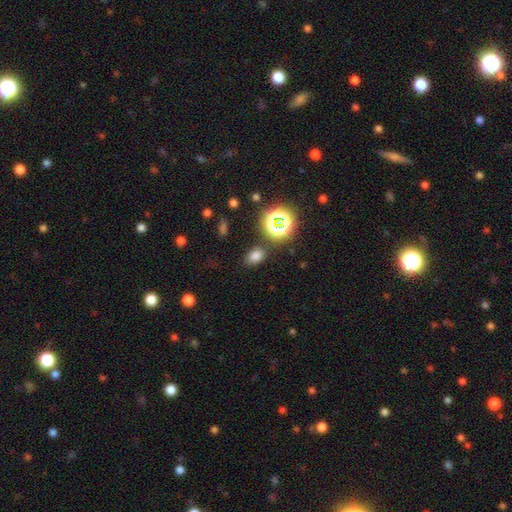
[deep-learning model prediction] A smooth galaxy with no disk features (72%) that is in between round and cigar-shaped (74%). Merging: none (81%).